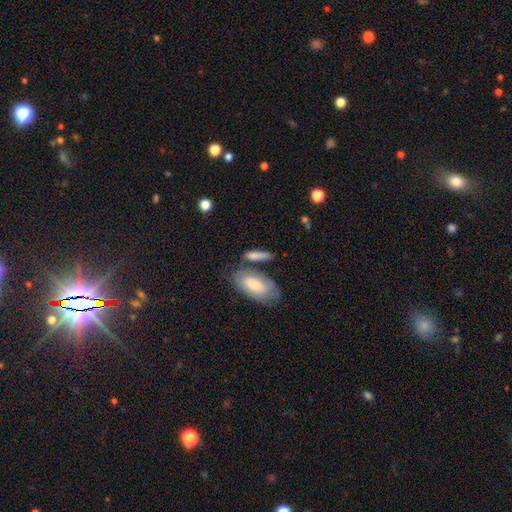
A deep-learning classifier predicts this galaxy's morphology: A smooth galaxy with no disk features (75%) that is in between round and cigar-shaped (58%). Merging: none (56%).